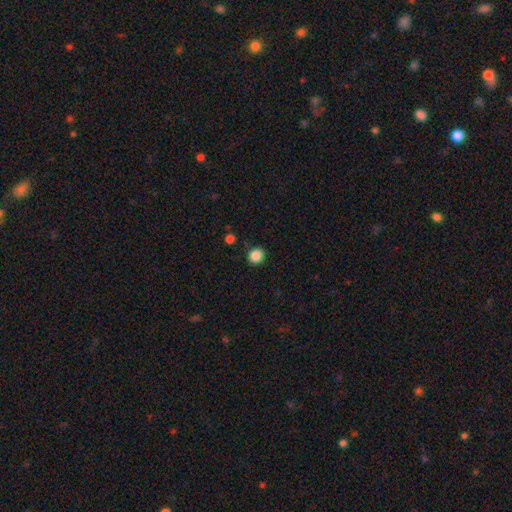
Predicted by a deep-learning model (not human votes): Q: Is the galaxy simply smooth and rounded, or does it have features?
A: smooth — 87%.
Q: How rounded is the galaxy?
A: round — 91%.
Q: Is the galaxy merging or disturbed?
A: none — 90%.